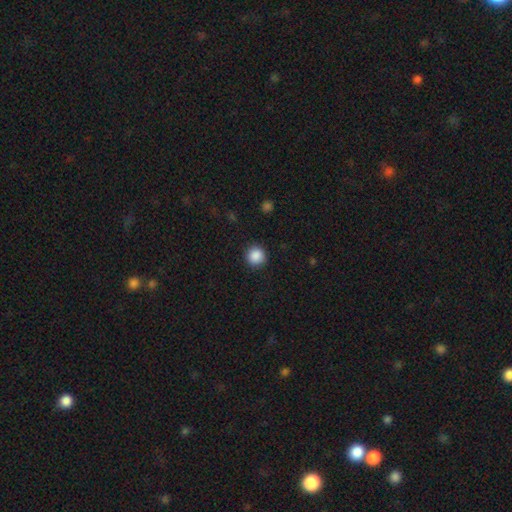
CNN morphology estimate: Smooth or featured? smooth (88%)
How rounded? round (93%)
Merging? none (91%)